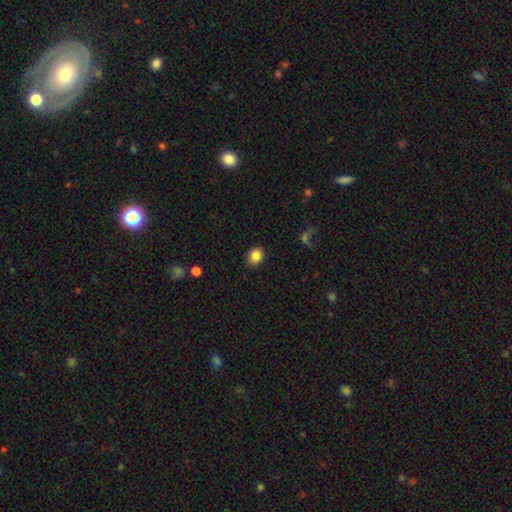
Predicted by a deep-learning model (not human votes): smooth-or-featured: smooth: 85% | star or artifact: 9% | featured or disk: 5%
  how-rounded: round: 57% | in between: 42% | cigar-shaped: 1%
  merging: none: 89% | minor disturbance: 8% | major disturbance: 2% | merger: 1%